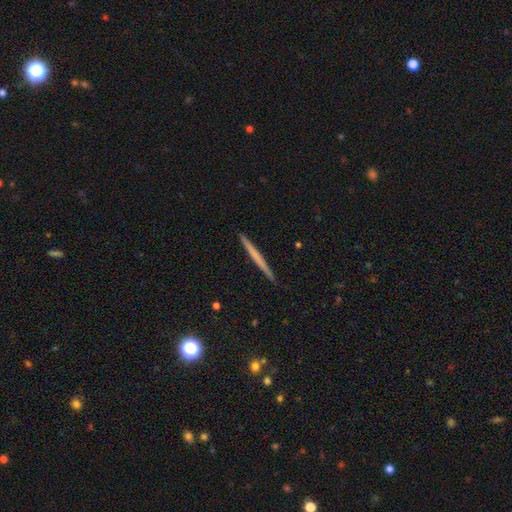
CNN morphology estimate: Smooth or featured? smooth (49%)
Merging? none (92%)